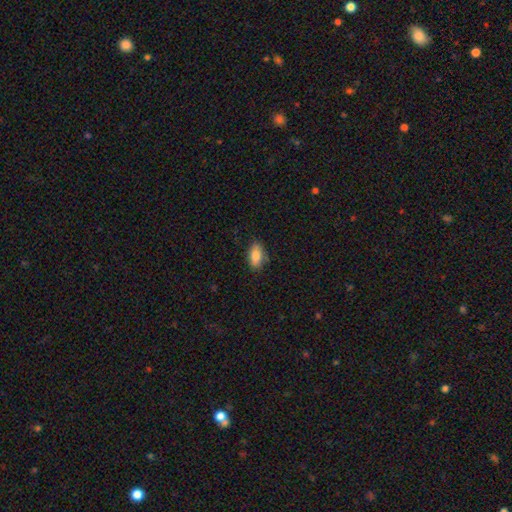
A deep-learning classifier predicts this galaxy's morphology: type=smooth (84%); roundness=in between (89%); merging=none (78%).